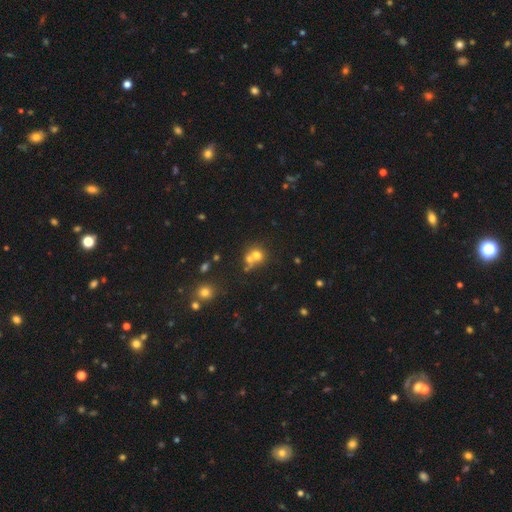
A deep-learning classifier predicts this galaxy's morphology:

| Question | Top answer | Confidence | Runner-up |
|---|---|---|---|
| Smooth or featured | smooth | 67% | featured or disk (17%) |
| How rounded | round | 80% | in between (19%) |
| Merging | merger | 49% | none (39%) |